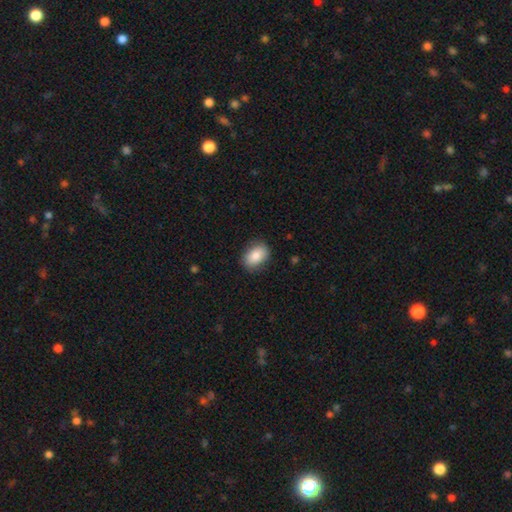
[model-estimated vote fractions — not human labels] A smooth galaxy with no disk features (83%) that is in between round and cigar-shaped (80%). Merging: none (83%).